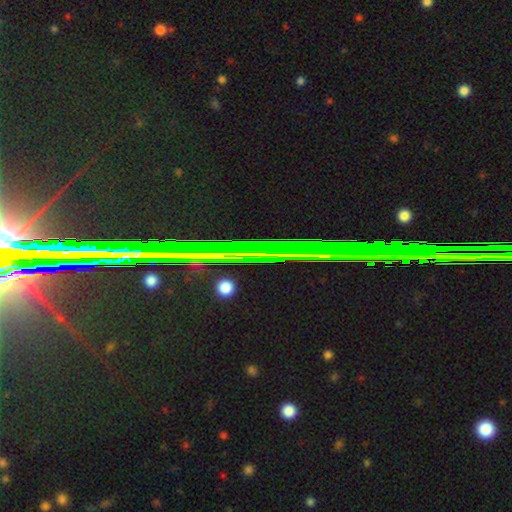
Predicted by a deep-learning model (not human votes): Smooth or featured? star or artifact (82%)